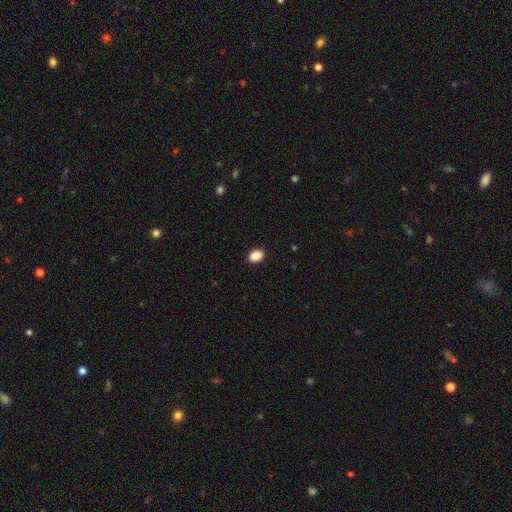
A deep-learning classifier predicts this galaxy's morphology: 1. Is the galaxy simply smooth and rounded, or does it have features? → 89% smooth, 8% star or artifact, 3% featured or disk.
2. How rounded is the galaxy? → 76% in between, 23% round, 1% cigar-shaped.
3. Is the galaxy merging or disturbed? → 90% none, 7% minor disturbance, 2% major disturbance, 1% merger.